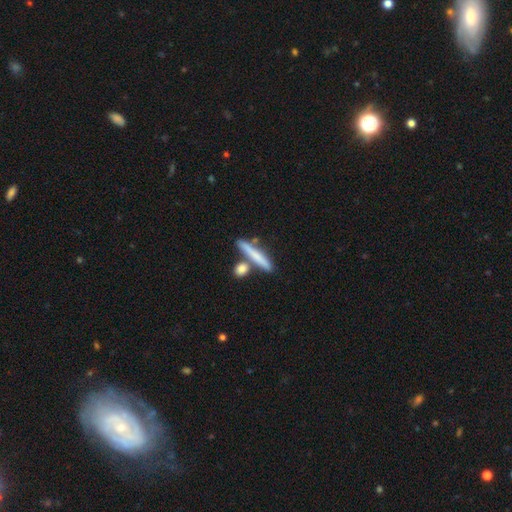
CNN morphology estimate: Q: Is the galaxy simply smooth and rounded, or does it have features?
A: smooth — 67%.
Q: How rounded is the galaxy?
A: cigar-shaped — 87%.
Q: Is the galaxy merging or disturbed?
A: none — 68%.